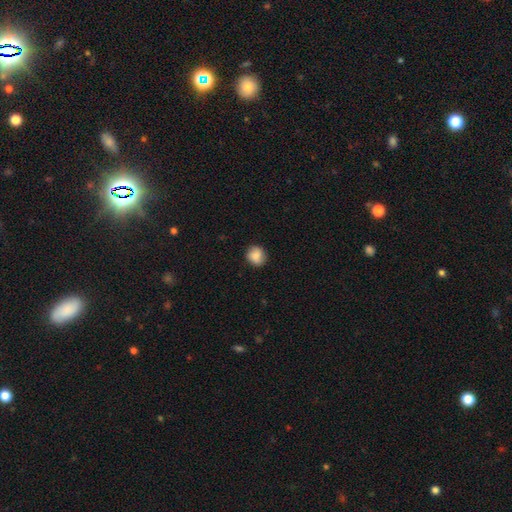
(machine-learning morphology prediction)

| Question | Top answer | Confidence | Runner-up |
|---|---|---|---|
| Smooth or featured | smooth | 86% | star or artifact (8%) |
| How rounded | round | 82% | in between (17%) |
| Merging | none | 85% | minor disturbance (11%) |